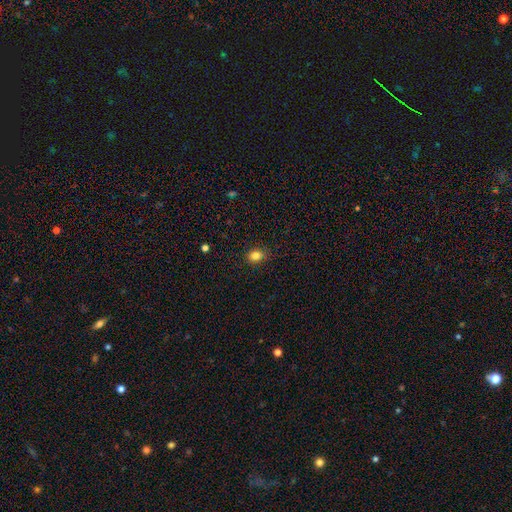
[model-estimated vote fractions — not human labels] smooth 82%, star or artifact 12%, featured or disk 6%. Down the decision tree: how rounded — round (52%); merging — none (87%).